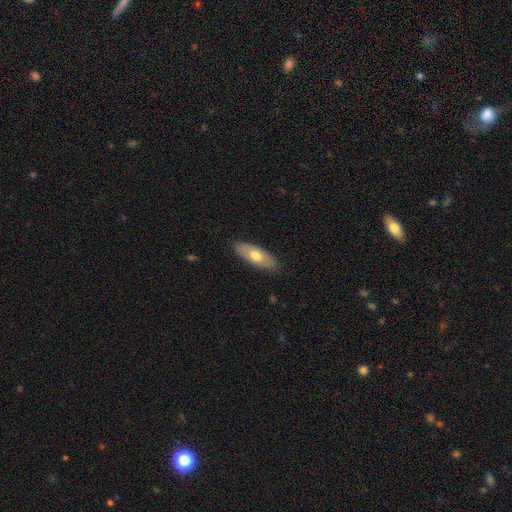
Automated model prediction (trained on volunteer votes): Q: Smooth or featured?
A: smooth (63%); runner-up: featured or disk (32%)
Q: How rounded?
A: in between (76%); runner-up: cigar-shaped (22%)
Q: Merging?
A: none (85%); runner-up: minor disturbance (12%)